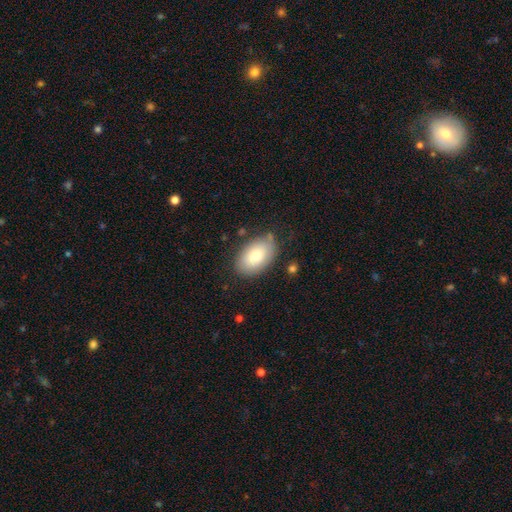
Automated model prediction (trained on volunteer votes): Q: Smooth or featured?
A: smooth (76%); runner-up: featured or disk (17%)
Q: How rounded?
A: in between (90%); runner-up: round (9%)
Q: Merging?
A: none (78%); runner-up: minor disturbance (16%)